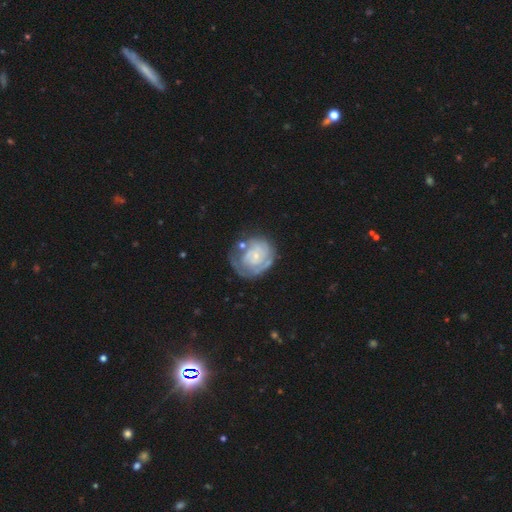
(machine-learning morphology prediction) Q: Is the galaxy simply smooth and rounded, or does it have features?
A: featured or disk — 70%.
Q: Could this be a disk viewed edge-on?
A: no — 98%.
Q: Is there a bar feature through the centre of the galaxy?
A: no — 79%.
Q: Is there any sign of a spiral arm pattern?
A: yes — 73%.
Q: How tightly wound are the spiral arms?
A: tight — 71%.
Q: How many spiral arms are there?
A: can't tell — 50%.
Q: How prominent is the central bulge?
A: small — 77%.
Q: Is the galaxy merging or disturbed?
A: none — 50%.